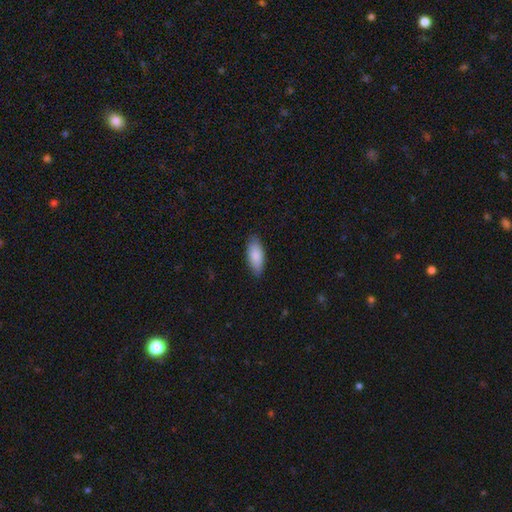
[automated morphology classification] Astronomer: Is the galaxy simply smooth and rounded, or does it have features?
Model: smooth — 88%.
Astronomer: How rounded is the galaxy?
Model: in between — 83%.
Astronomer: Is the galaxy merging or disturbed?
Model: none — 86%.